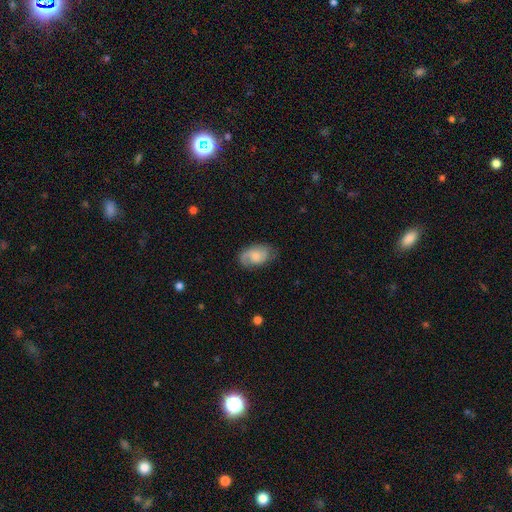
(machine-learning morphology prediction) This appears to be a featured or disk galaxy (56%) with no bar (65%), spiral arms (90%) and a small central bulge (43%). Merging: none (68%).